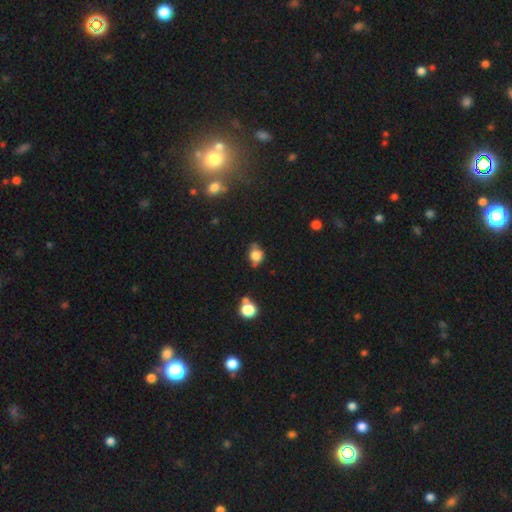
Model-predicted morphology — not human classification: smooth 70%, featured or disk 18%, star or artifact 12%. Down the decision tree: how rounded — in between (56%); merging — none (57%).